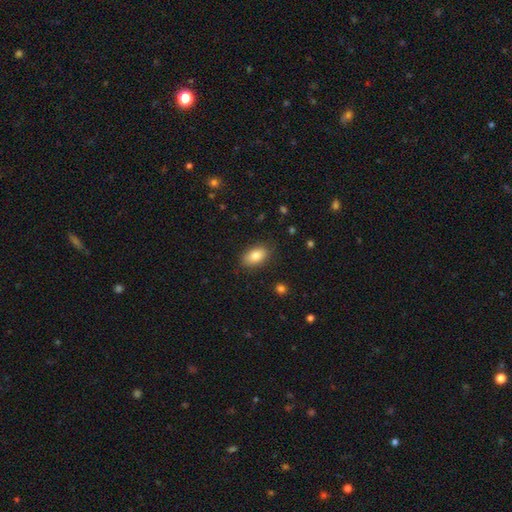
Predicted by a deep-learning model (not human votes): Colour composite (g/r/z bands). It shows a smooth galaxy with no disk features (82%) that is in between round and cigar-shaped (90%). Merging: none (85%).